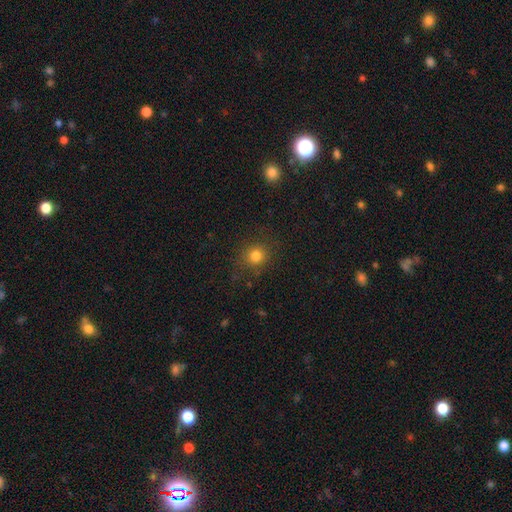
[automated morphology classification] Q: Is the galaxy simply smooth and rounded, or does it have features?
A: smooth — 80%.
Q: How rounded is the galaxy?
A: round — 85%.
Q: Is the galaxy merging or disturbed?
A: none — 83%.